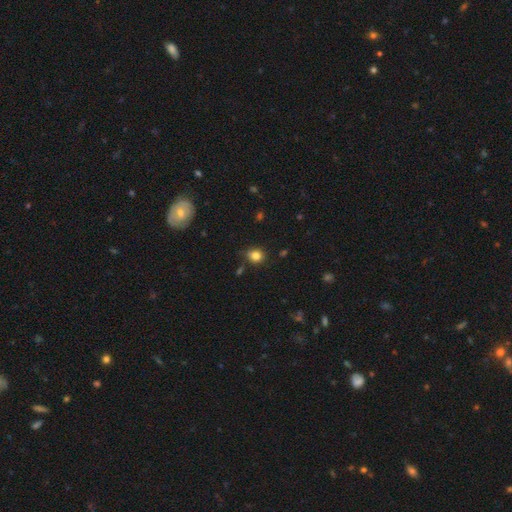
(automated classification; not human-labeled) The model was most divided on "how rounded": round: 69%, in between: 30%, cigar-shaped: 1%. More confident: smooth or featured — smooth (83%); merging — none (81%).